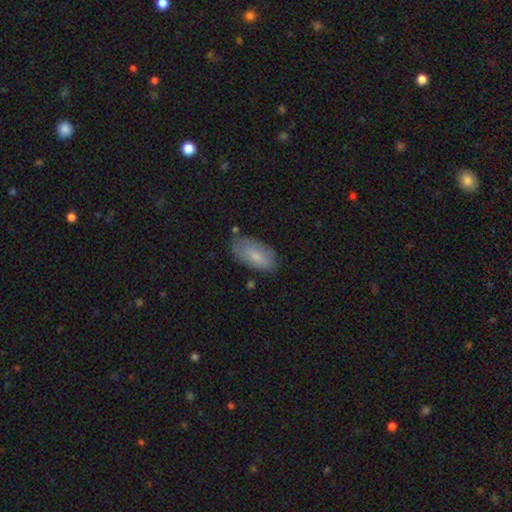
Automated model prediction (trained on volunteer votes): A smooth galaxy with no disk features (78%) that is in between round and cigar-shaped (92%). Merging: none (74%).